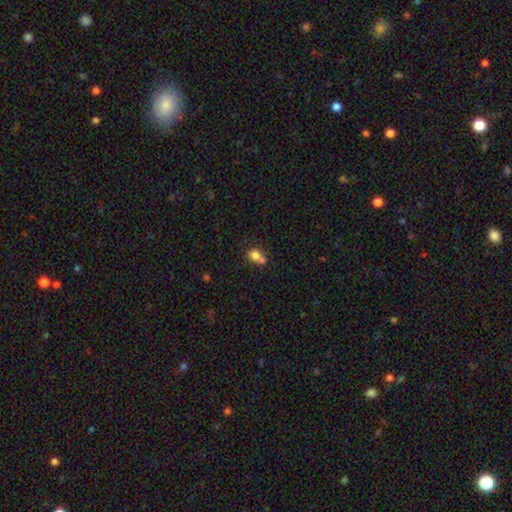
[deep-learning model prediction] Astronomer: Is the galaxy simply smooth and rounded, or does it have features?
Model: smooth — 77%.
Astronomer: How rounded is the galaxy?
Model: round — 62%.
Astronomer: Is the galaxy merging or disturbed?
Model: merger — 54% (runner-up: none, 34%).